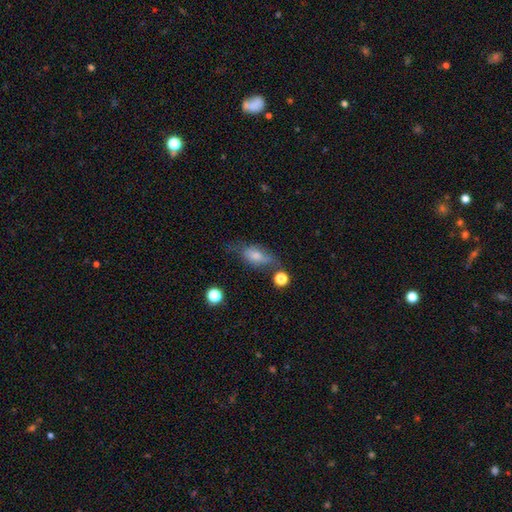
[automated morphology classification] smooth 61%, featured or disk 29%, star or artifact 10%. Down the decision tree: how rounded — in between (80%); merging — none (43%).